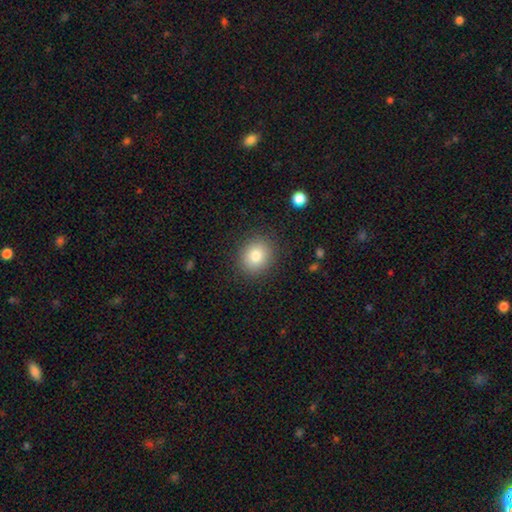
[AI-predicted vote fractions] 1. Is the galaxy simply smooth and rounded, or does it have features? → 82% smooth, 10% star or artifact, 8% featured or disk.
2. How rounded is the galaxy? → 74% round, 25% in between, 1% cigar-shaped.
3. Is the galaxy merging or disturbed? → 88% none, 8% minor disturbance, 3% major disturbance, 1% merger.